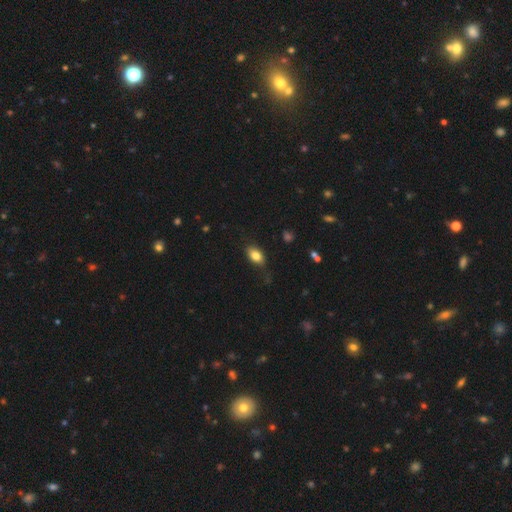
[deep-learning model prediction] The model was most divided on "merging": none: 76%, minor disturbance: 17%, major disturbance: 5%, merger: 2%. More confident: how rounded — in between (87%); smooth or featured — smooth (82%).